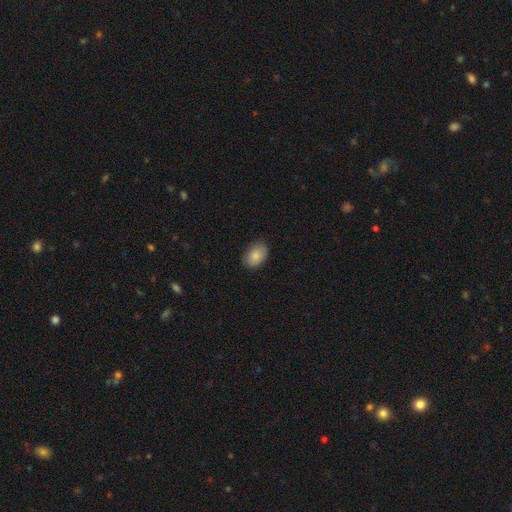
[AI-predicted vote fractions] Smooth or featured? Predicted: smooth (p=0.85). How rounded? Predicted: in between (p=0.85). Merging? Predicted: none (p=0.84).